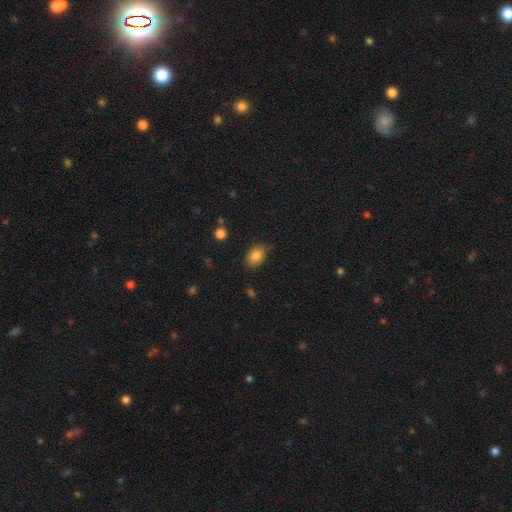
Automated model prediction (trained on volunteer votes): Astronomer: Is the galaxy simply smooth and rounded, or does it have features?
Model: smooth — 85%.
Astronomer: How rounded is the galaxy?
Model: in between — 82%.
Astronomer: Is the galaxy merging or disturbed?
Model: none — 82%.